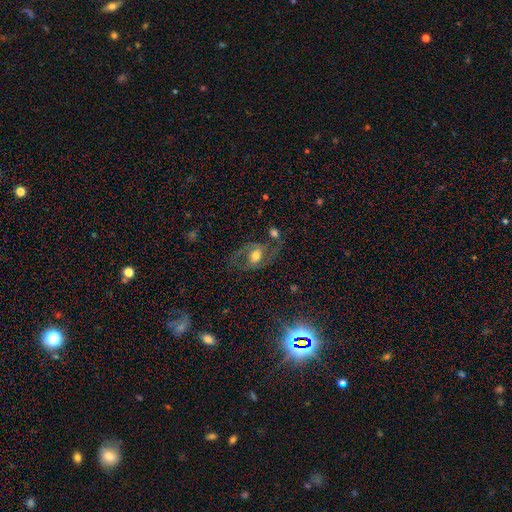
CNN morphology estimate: type=featured or disk (65%); edge-on=no (95%); bar=no (45%); spiral arms=yes (80%); bulge=moderate (66%); merging=none (57%).